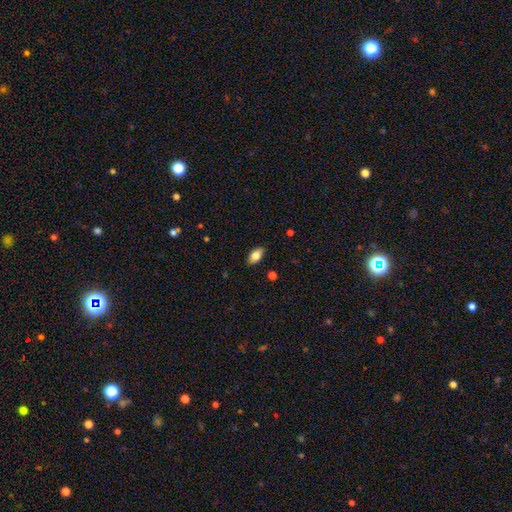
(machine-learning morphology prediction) smooth-or-featured: smooth: 79% | featured or disk: 14% | star or artifact: 7%
  how-rounded: in between: 91% | round: 5% | cigar-shaped: 4%
  merging: none: 88% | minor disturbance: 9% | major disturbance: 2% | merger: 1%